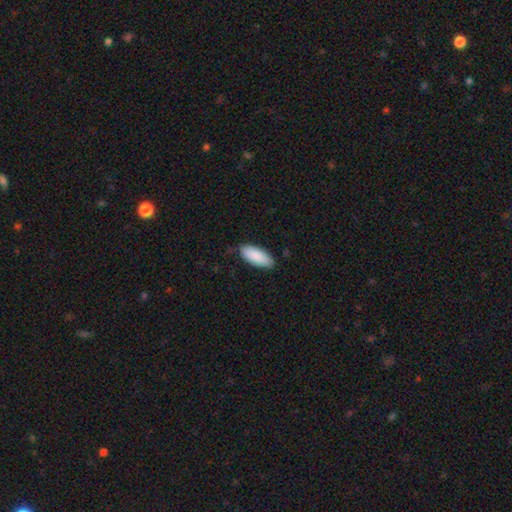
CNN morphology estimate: Smooth or featured? smooth (90%)
How rounded? in between (83%)
Merging? none (81%)